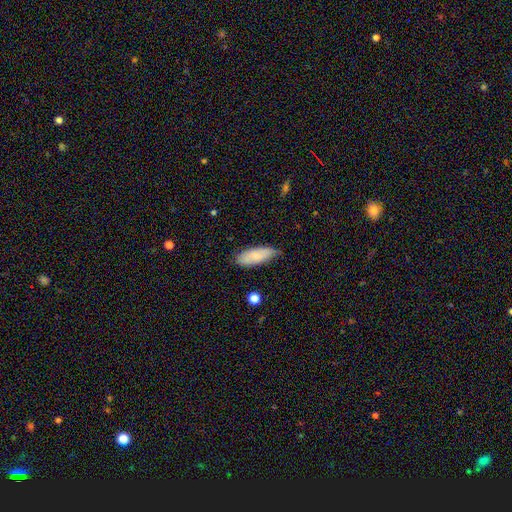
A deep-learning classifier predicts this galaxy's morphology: Overall: smooth (79%). How rounded: in between (72%). Merging: none (65%; minor disturbance 30%).